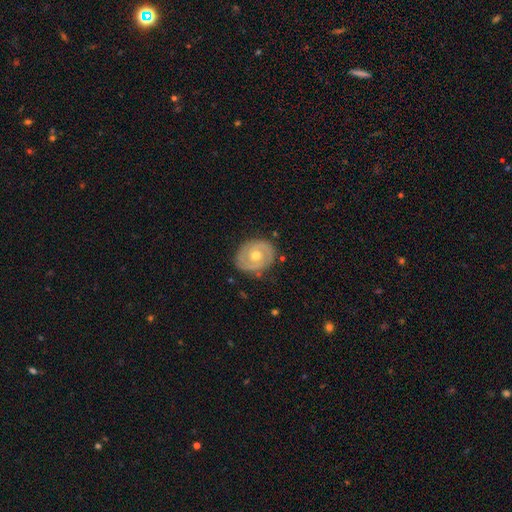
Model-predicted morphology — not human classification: smooth-or-featured: featured or disk: 73% | smooth: 21% | star or artifact: 6%
  disk-edge-on: no: 97% | yes: 3%
    bar: no: 74% | weak: 21% | strong: 5%
    has-spiral-arms: yes: 75% | no: 25%
      spiral-winding: tight: 59% | medium: 30% | loose: 10%
      spiral-arm-count: 2: 72% | can't tell: 17% | 3: 4% | 1: 4% | 4: 2% | more than 4: 2%
    bulge-size: moderate: 74% | small: 22% | large: 3% | none: 1% | dominant: 1%
  merging: none: 81% | minor disturbance: 14% | major disturbance: 4% | merger: 1%